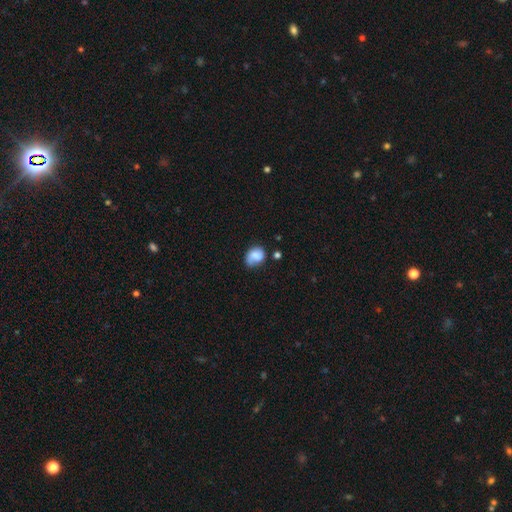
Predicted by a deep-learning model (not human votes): Smooth or featured: smooth — 68% (featured or disk — 23%)
How rounded: in between — 54% (round — 45%)
Merging: none — 46% (minor disturbance — 32%)